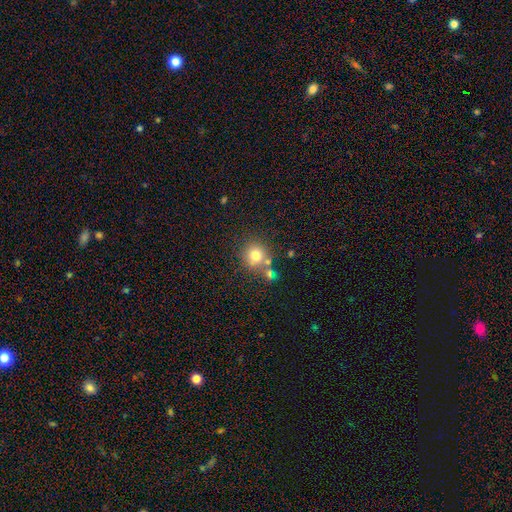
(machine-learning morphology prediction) This is likely a smooth galaxy (75%). How rounded: clearly round (90%). Merging: likely none (65%).